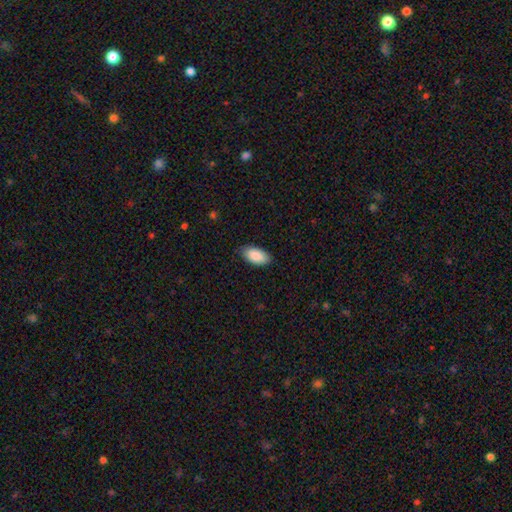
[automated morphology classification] smooth 89%, star or artifact 6%, featured or disk 5%. Down the decision tree: how rounded — in between (95%); merging — none (84%).